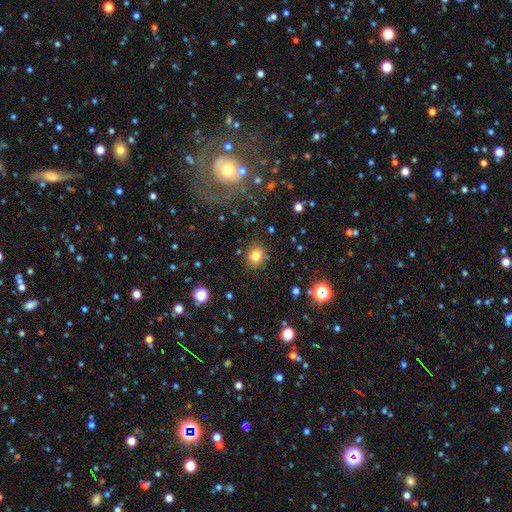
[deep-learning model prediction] Morphology: type=smooth (78%); roundness=round (72%); merging=none (83%).